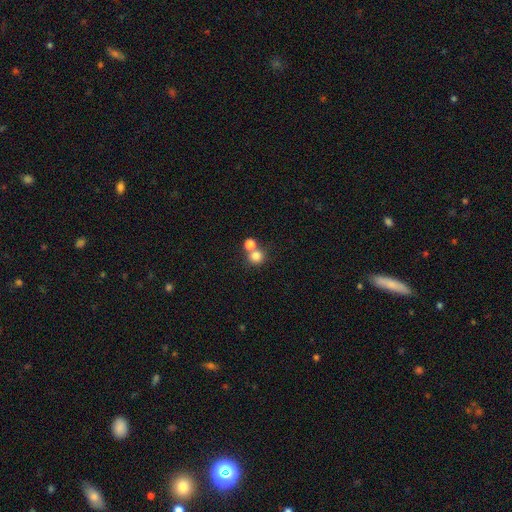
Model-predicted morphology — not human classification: Smooth or featured: smooth — 80% (star or artifact — 13%)
How rounded: round — 90% (in between — 9%)
Merging: none — 52% (merger — 40%)